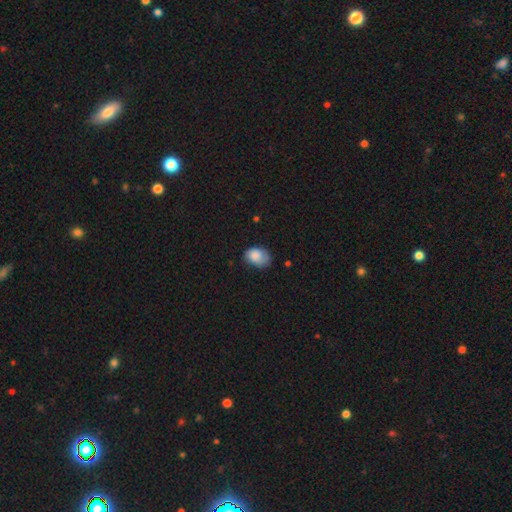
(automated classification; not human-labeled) Smooth or featured? Predicted: smooth (p=0.81). How rounded? Predicted: in between (p=0.77). Merging? Predicted: none (p=0.49).